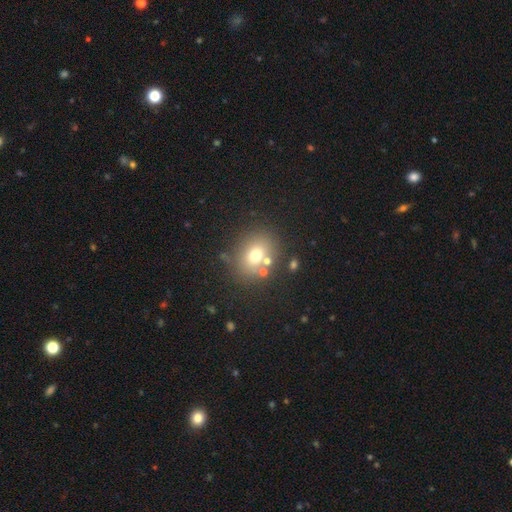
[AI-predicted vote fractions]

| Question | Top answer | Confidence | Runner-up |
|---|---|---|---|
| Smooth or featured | smooth | 69% | featured or disk (16%) |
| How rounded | round | 62% | in between (37%) |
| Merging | none | 72% | minor disturbance (12%) |